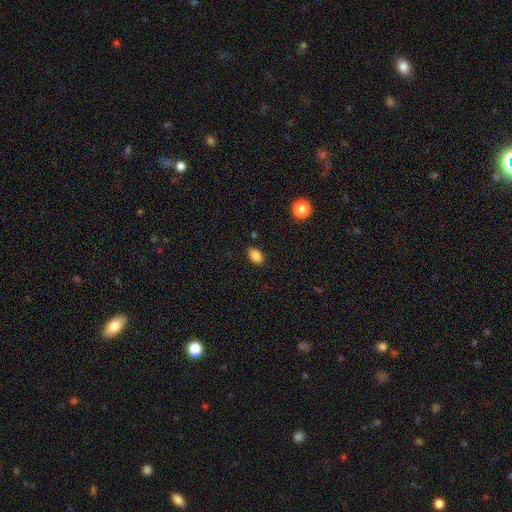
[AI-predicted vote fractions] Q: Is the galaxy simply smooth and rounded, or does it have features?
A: smooth — 86%.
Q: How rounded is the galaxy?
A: in between — 86%.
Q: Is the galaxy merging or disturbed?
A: none — 86%.